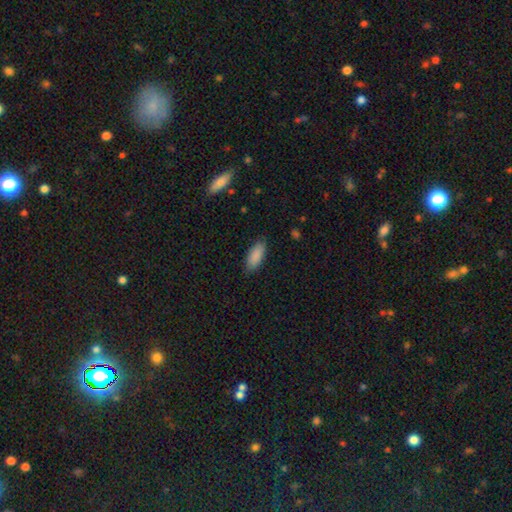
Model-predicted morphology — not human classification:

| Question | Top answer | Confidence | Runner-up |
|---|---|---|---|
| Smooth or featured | smooth | 89% | star or artifact (6%) |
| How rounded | in between | 79% | cigar-shaped (19%) |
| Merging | none | 85% | minor disturbance (12%) |